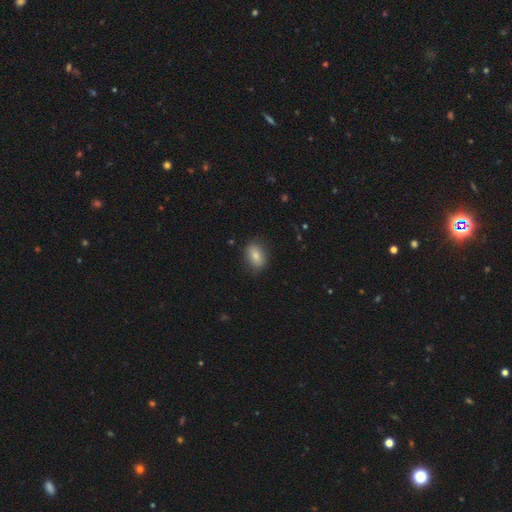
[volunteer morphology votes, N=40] smooth 88%, featured or disk 8%, star or artifact 5%. Down the decision tree: how rounded — in between (69%); merging — none (79%).